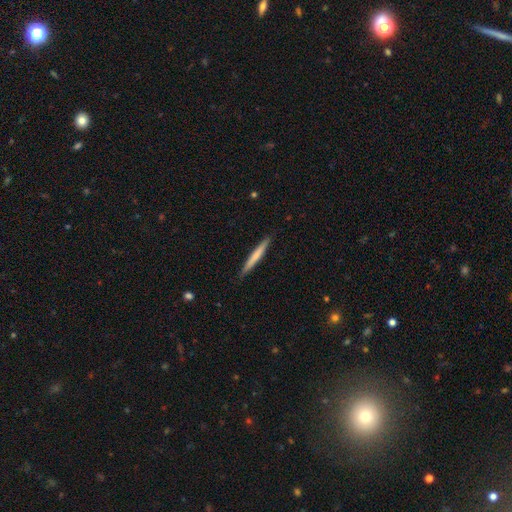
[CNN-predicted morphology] Smooth or featured? smooth (62%)
How rounded? cigar-shaped (96%)
Merging? none (90%)